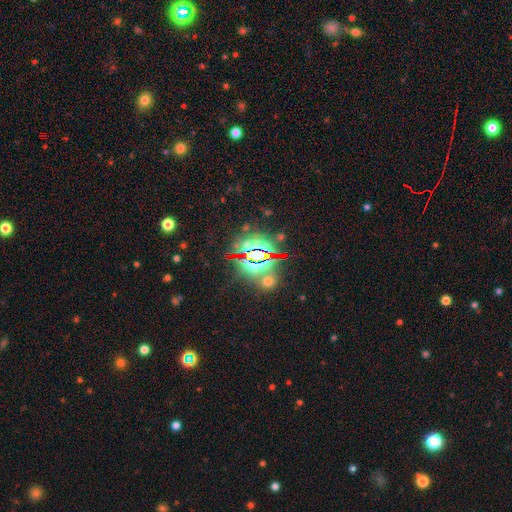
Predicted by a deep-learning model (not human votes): This is clearly a star or artifact rather than a galaxy (80%).